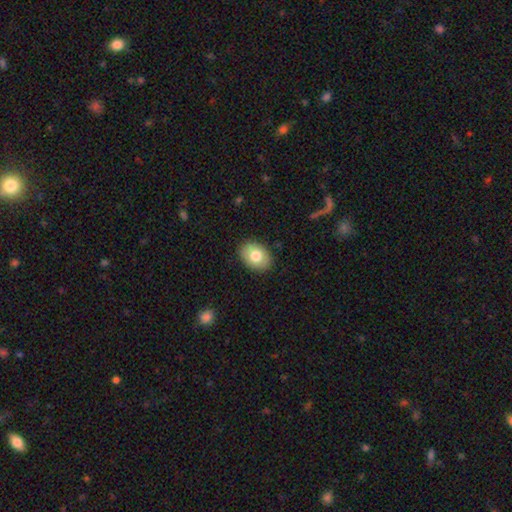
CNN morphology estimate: Q: Smooth or featured?
A: smooth (78%); runner-up: featured or disk (15%)
Q: How rounded?
A: in between (77%); runner-up: round (22%)
Q: Merging?
A: none (88%); runner-up: minor disturbance (9%)